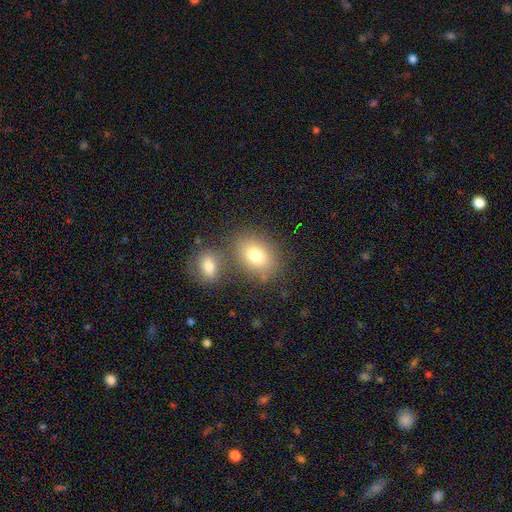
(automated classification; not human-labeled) smooth 78%, featured or disk 12%, star or artifact 10%. Down the decision tree: how rounded — in between (70%); merging — none (63%).